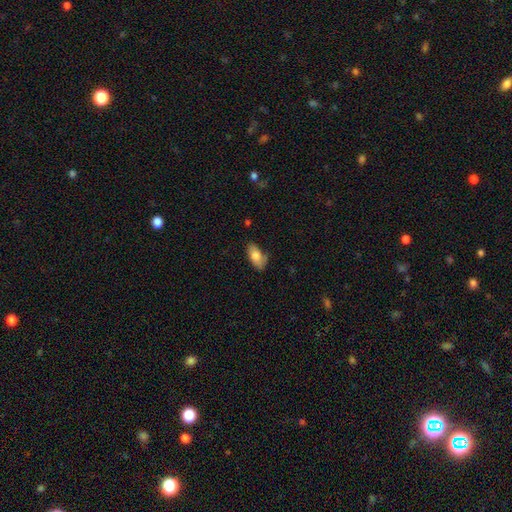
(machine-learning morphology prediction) A smooth galaxy with no disk features (76%) that is in between round and cigar-shaped (91%).

Vote fractions:
- Smooth or featured? smooth: 76% / featured or disk: 18% / star or artifact: 7%
- How rounded? in between: 91% / cigar-shaped: 6% / round: 3%
- Merging? none: 64% / minor disturbance: 27% / major disturbance: 6% / merger: 2%